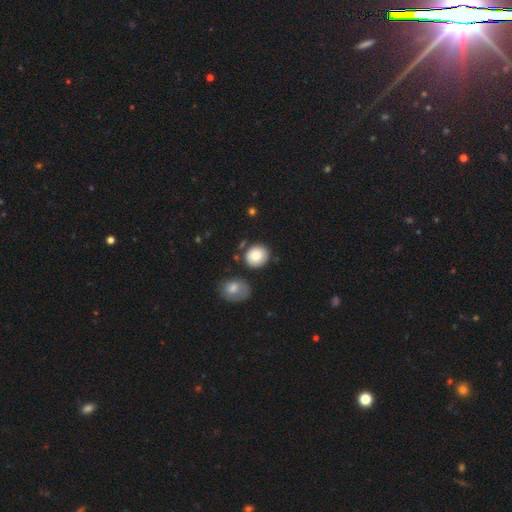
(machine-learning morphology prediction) Q: Smooth or featured?
A: smooth (84%); runner-up: star or artifact (8%)
Q: How rounded?
A: round (80%); runner-up: in between (19%)
Q: Merging?
A: none (78%); runner-up: minor disturbance (12%)